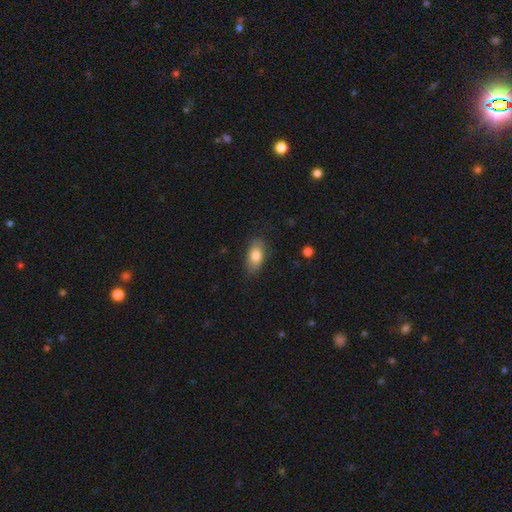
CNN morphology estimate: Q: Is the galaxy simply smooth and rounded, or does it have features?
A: smooth — 81%.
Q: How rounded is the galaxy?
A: in between — 90%.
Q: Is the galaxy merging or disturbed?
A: none — 82%.